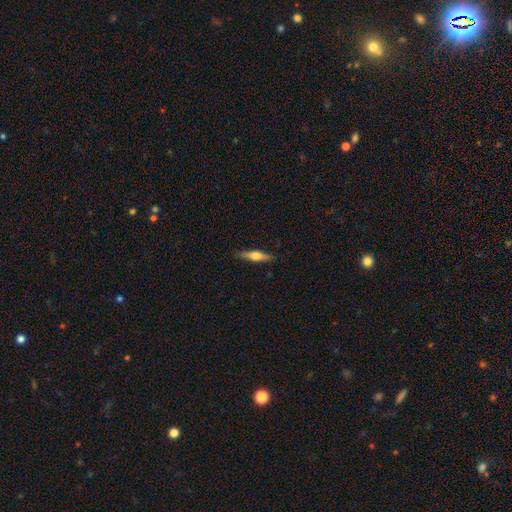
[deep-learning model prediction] smooth-or-featured: featured or disk: 51% | smooth: 44% | star or artifact: 6%
  disk-edge-on: yes: 95% | no: 5%
  merging: none: 88% | minor disturbance: 9% | major disturbance: 2% | merger: 1%